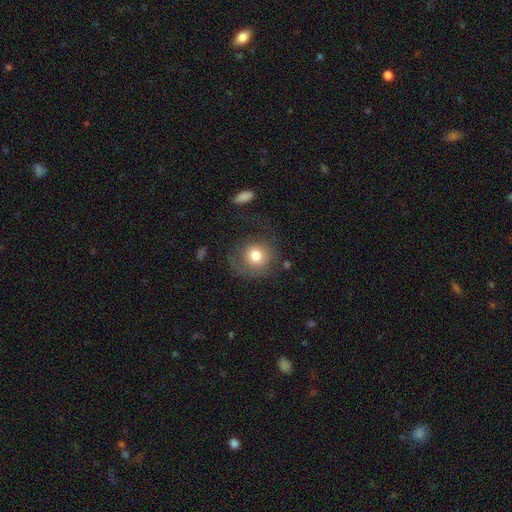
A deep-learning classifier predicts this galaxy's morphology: Smooth or featured: smooth — 72% (featured or disk — 19%)
How rounded: round — 86% (in between — 13%)
Merging: none — 56% (major disturbance — 22%)